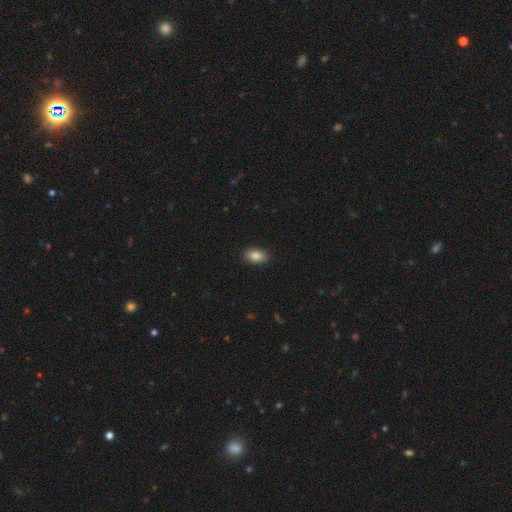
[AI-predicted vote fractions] This appears to be a smooth galaxy with no disk features (87%) that is in between round and cigar-shaped (91%). Merging: none (89%).